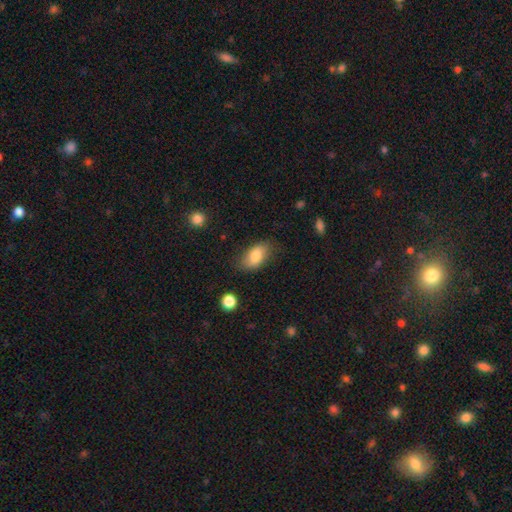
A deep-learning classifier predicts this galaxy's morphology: Smooth or featured?
  - smooth: 82% *
  - featured or disk: 11%
  - star or artifact: 7%
How rounded?
  - in between: 92% *
  - round: 5%
  - cigar-shaped: 3%
Merging?
  - none: 74% *
  - minor disturbance: 19%
  - major disturbance: 5%
  - merger: 2%